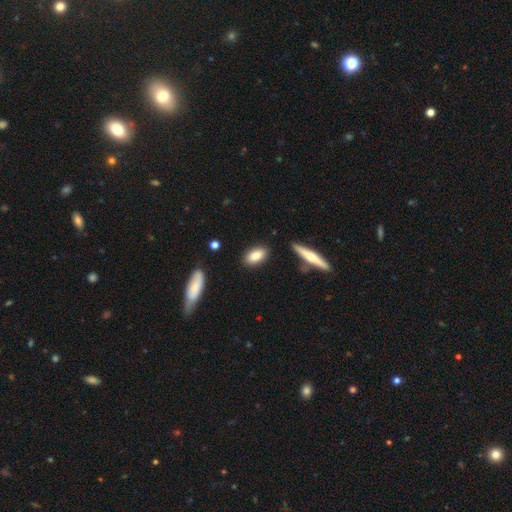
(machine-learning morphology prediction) smooth 81%, featured or disk 13%, star or artifact 6%. Down the decision tree: how rounded — in between (87%); merging — none (85%).